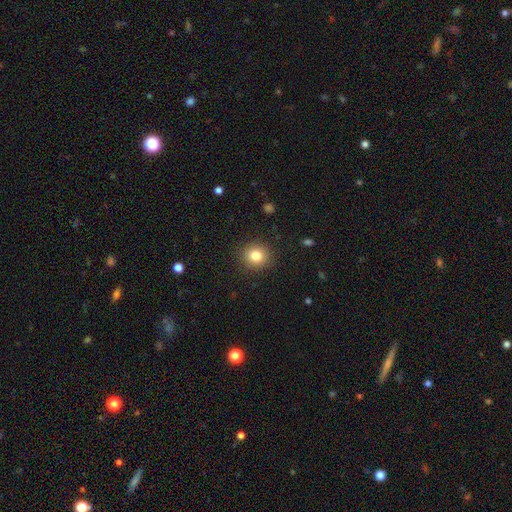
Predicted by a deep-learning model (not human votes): The model was most divided on "smooth or featured": smooth: 81%, star or artifact: 11%, featured or disk: 7%. More confident: merging — none (90%); how rounded — round (89%).